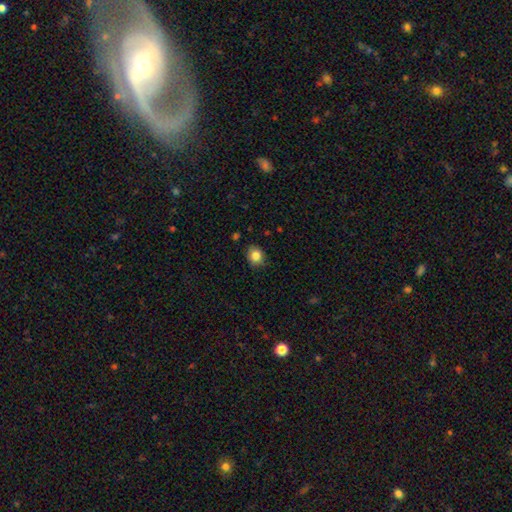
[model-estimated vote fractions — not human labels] Smooth or featured? smooth (84%)
How rounded? round (63%)
Merging? none (84%)